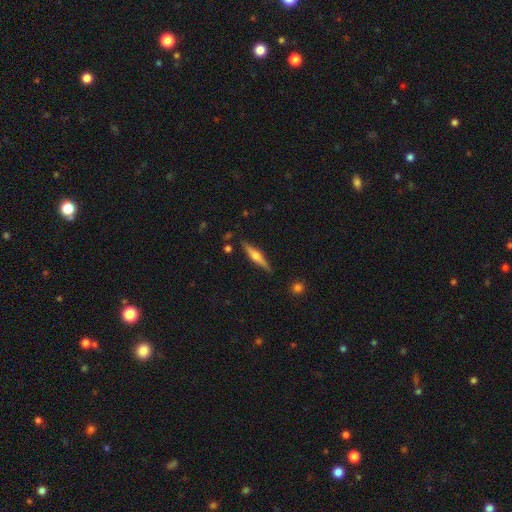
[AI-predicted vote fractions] A featured or disk galaxy (66%) viewed edge-on (97%) with a rounded central bulge (89%). Merging: none (88%).